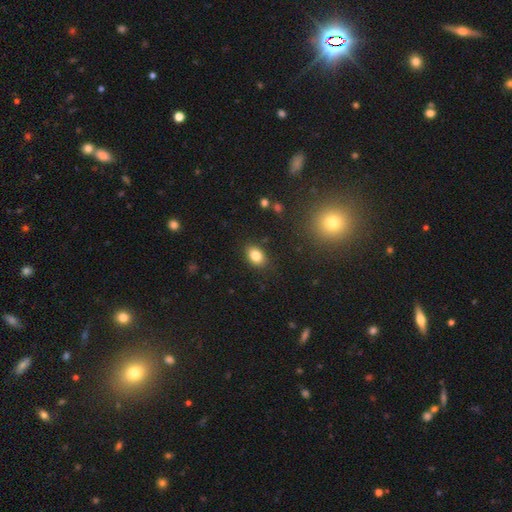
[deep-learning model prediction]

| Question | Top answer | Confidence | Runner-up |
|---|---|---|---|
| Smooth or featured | smooth | 82% | star or artifact (10%) |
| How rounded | in between | 79% | round (20%) |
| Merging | none | 86% | minor disturbance (10%) |